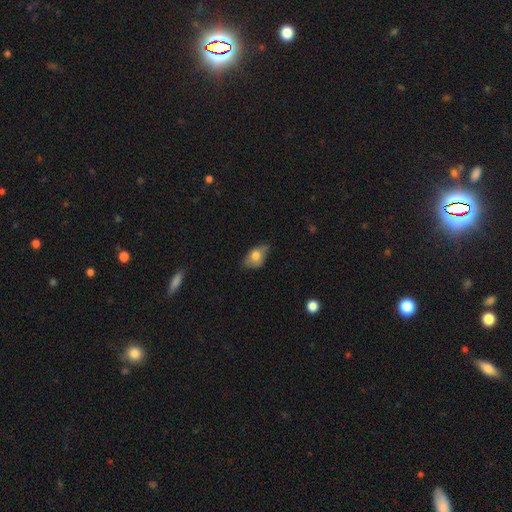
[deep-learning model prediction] Smooth or featured?
  - smooth: 69% *
  - featured or disk: 23%
  - star or artifact: 8%
How rounded?
  - in between: 85% *
  - round: 13%
  - cigar-shaped: 2%
Merging?
  - none: 49% *
  - minor disturbance: 38%
  - major disturbance: 10%
  - merger: 2%